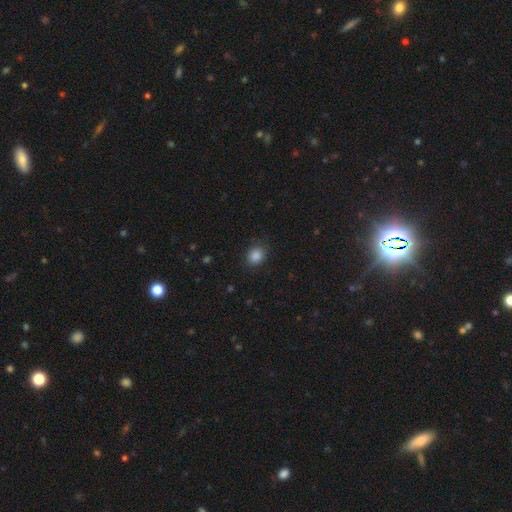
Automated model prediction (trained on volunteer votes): smooth 86%, star or artifact 11%, featured or disk 4%. Down the decision tree: how rounded — round (62%); merging — none (85%).